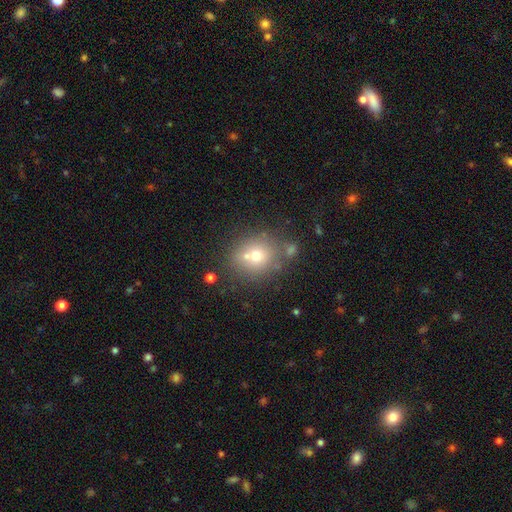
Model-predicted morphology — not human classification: smooth 64%, featured or disk 20%, star or artifact 16%. Down the decision tree: how rounded — round (74%); merging — none (61%).